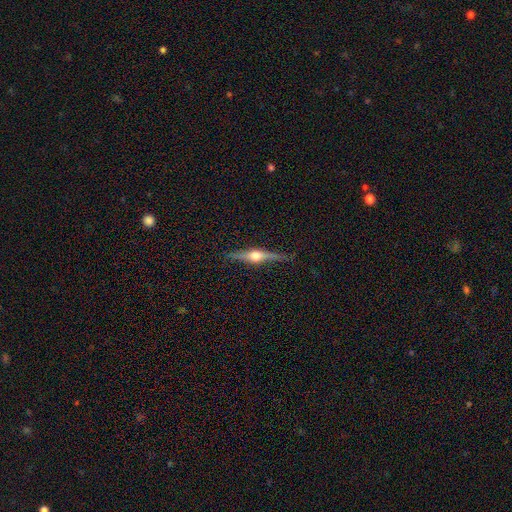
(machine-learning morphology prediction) This is clearly a featured or disk galaxy (80%). It is clearly viewed edge-on (98%). Edge-on bulge: clearly rounded (95%). Merging: clearly none (88%).